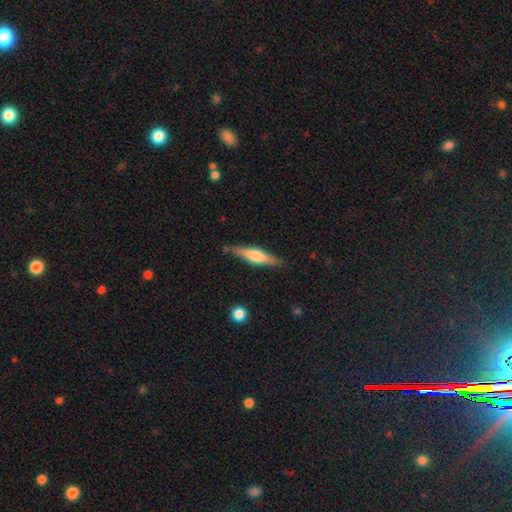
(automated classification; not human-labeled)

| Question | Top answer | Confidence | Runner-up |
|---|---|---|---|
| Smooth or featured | featured or disk | 53% | smooth (41%) |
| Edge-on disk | yes | 95% | no (5%) |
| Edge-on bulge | rounded | 79% | boxy (15%) |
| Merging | none | 82% | minor disturbance (13%) |